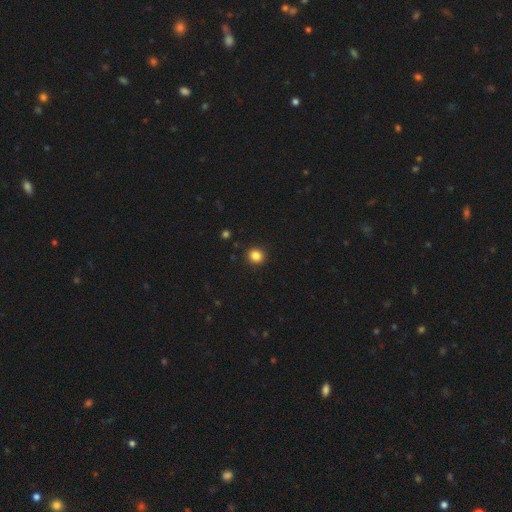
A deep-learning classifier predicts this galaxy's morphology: Smooth or featured? smooth (85%)
How rounded? round (89%)
Merging? none (92%)